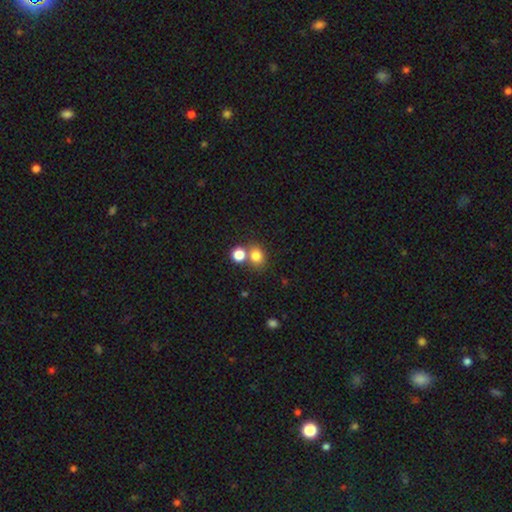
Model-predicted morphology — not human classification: Q: Smooth or featured?
A: smooth (79%); runner-up: star or artifact (14%)
Q: How rounded?
A: round (67%); runner-up: in between (32%)
Q: Merging?
A: none (59%); runner-up: merger (29%)